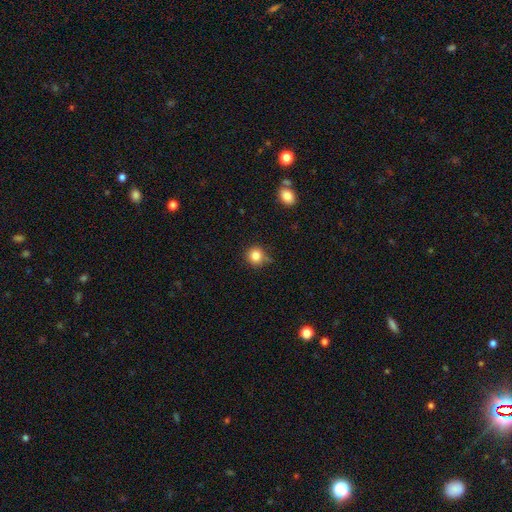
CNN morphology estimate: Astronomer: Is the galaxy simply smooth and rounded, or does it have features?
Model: smooth — 84%.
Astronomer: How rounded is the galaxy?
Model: round — 92%.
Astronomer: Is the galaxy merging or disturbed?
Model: none — 80%.